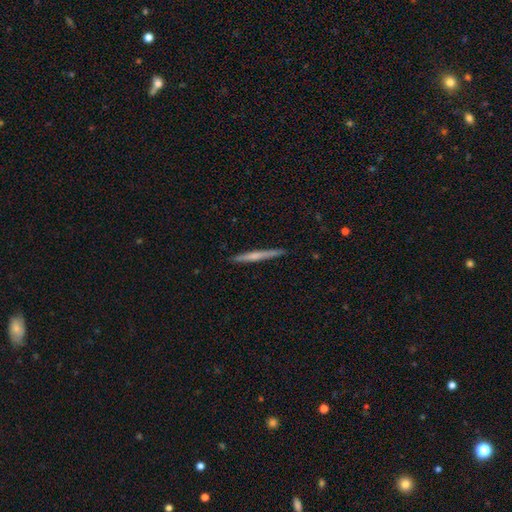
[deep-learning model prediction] Morphology: type=smooth (48%); merging=none (90%).